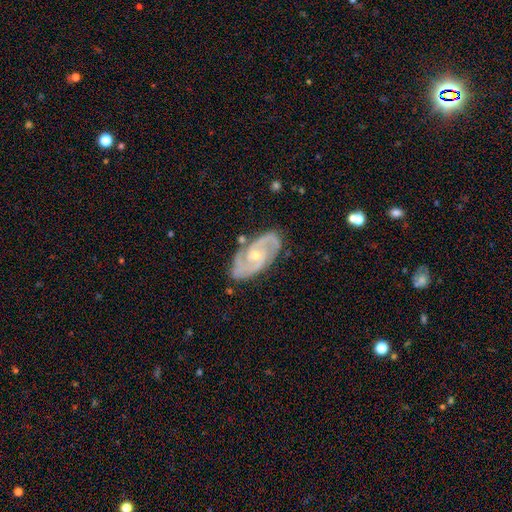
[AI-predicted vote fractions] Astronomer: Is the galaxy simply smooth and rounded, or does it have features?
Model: featured or disk — 90%.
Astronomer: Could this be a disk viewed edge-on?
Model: no — 96%.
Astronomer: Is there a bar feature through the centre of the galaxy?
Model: no — 59%.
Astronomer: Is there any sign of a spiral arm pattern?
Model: yes — 98%.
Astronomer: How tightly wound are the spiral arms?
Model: tight — 46%, tied with medium at 46%.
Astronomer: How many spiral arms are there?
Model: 2 — 81%.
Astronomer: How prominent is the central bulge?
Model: small — 60% (runner-up: moderate, 37%).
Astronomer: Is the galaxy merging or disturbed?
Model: none — 79%.